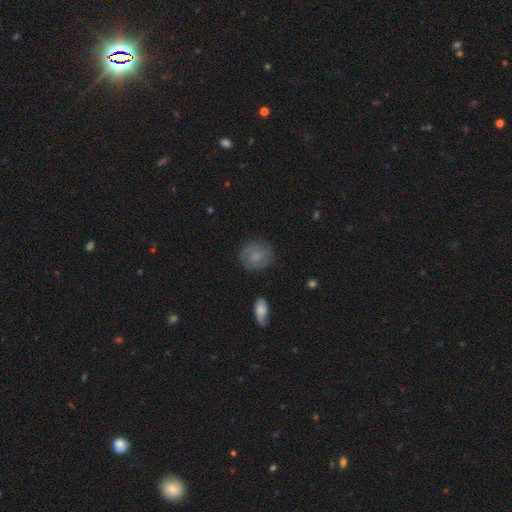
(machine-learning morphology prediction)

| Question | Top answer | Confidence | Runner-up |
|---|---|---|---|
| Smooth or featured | smooth | 56% | featured or disk (35%) |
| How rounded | round | 75% | in between (24%) |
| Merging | none | 78% | minor disturbance (15%) |